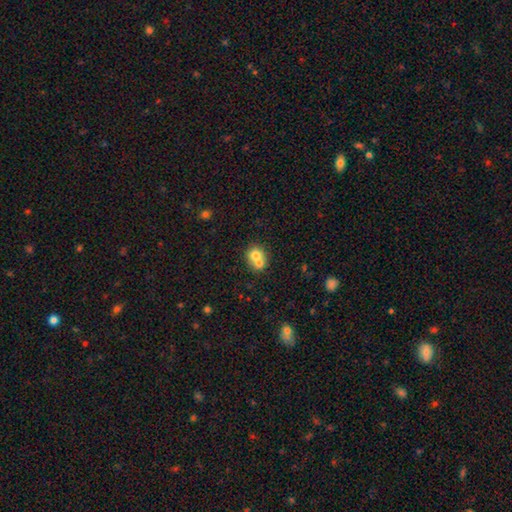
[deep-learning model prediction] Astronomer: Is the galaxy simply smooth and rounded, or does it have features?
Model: smooth — 71%.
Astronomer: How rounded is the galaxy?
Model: round — 73%.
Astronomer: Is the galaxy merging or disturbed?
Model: merger — 61%.